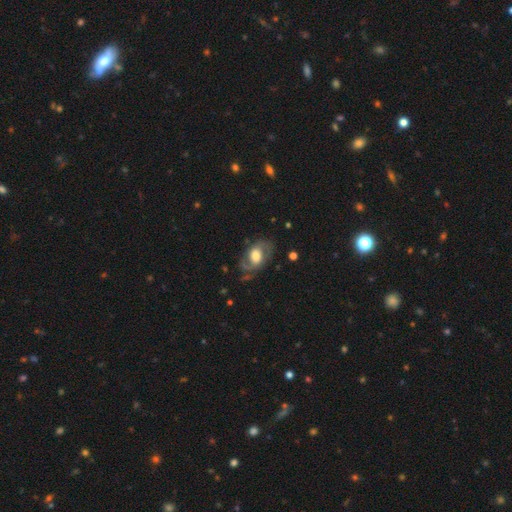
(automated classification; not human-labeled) featured or disk 70%, smooth 23%, star or artifact 6%. Down the decision tree: edge-on disk — no (96%); bar — no (50%); spiral arms — yes (86%); spiral arm count — 2 (83%); spiral winding — medium (49%); bulge size — large (44%); merging — none (63%).